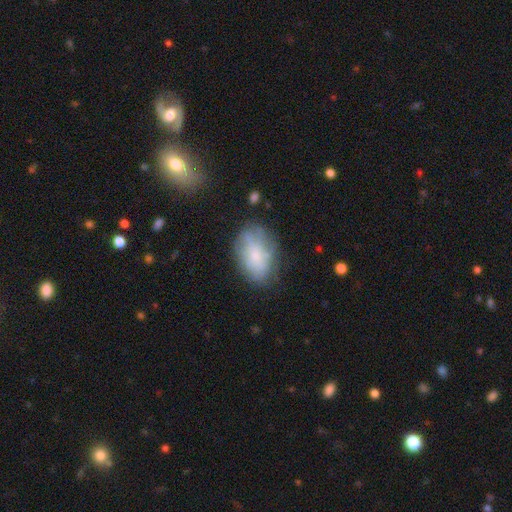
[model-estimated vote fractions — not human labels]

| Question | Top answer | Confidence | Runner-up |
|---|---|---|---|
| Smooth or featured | smooth | 62% | featured or disk (30%) |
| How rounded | in between | 88% | round (10%) |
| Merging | none | 61% | minor disturbance (25%) |